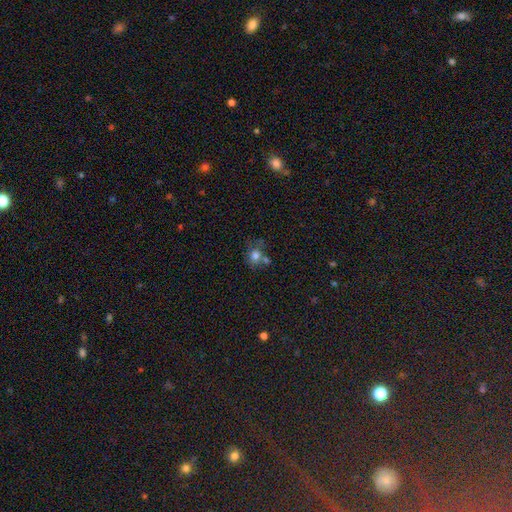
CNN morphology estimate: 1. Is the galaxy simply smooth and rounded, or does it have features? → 72% smooth, 14% featured or disk, 13% star or artifact.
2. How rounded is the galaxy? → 69% round, 29% in between, 1% cigar-shaped.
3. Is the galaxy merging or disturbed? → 42% none, 32% merger, 17% minor disturbance, 10% major disturbance.